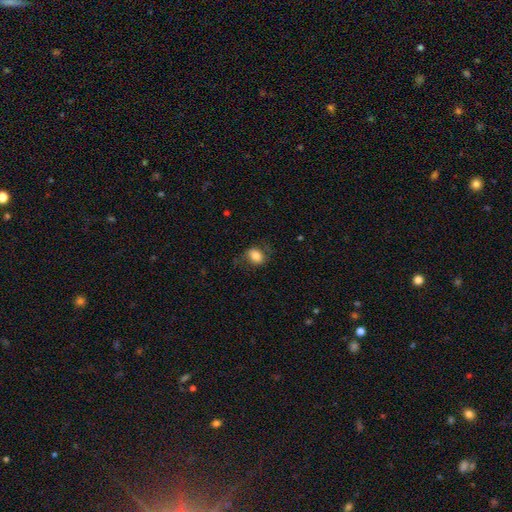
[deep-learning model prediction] A smooth galaxy with no disk features (75%) that is in between round and cigar-shaped (55%). Merging: none (67%).